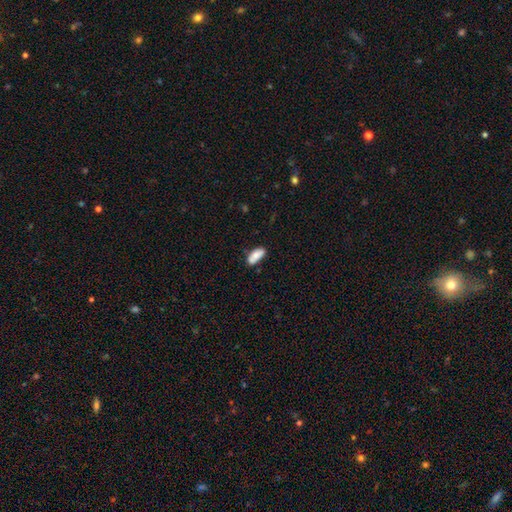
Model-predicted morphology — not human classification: type=smooth (82%); roundness=in between (81%); merging=none (65%).